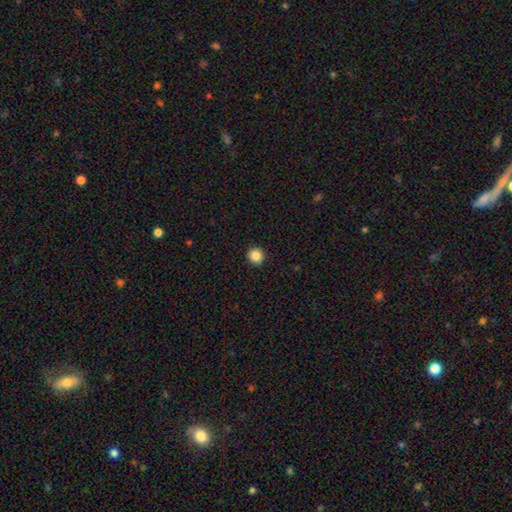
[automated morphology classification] The model was most divided on "smooth or featured": smooth: 87%, star or artifact: 10%, featured or disk: 3%. More confident: merging — none (93%); how rounded — round (92%).